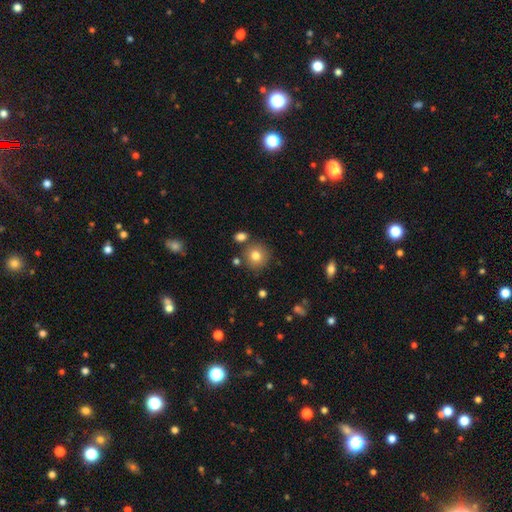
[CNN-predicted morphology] type=smooth (79%); roundness=round (91%); merging=none (81%).